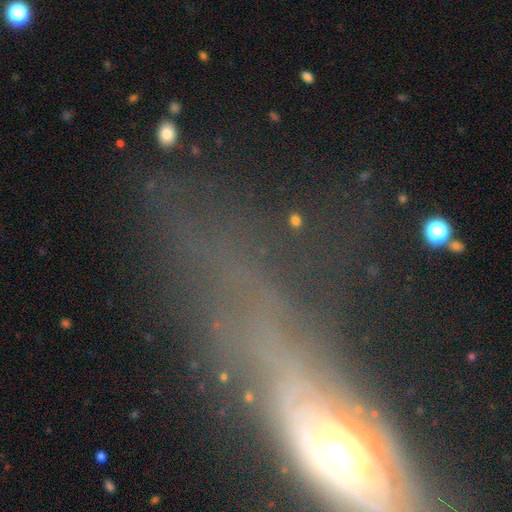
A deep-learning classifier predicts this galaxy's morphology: This appears to be a featured or disk galaxy (57%). Merging: none (44%).